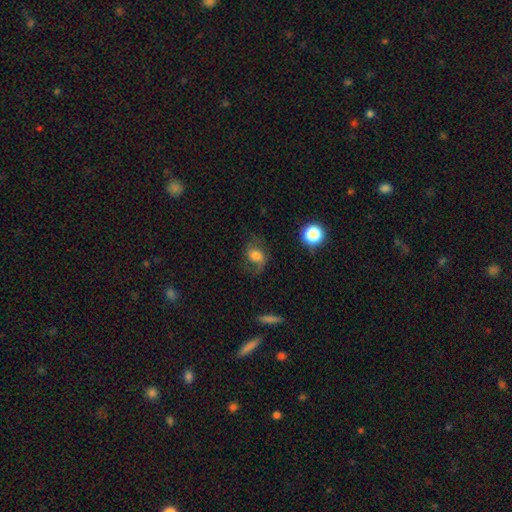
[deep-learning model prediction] A smooth galaxy with no disk features (50%) that is in between round and cigar-shaped (55%).

Vote fractions:
- Smooth or featured? smooth: 50% / featured or disk: 38% / star or artifact: 11%
- How rounded? in between: 55% / round: 43% / cigar-shaped: 2%
- Merging? none: 52% / minor disturbance: 23% / major disturbance: 23% / merger: 2%